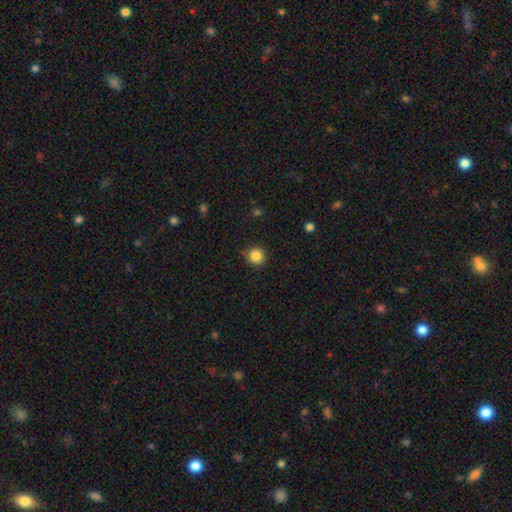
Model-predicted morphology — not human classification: A smooth galaxy with no disk features (85%) that is round (92%).

Vote fractions:
- Smooth or featured? smooth: 85% / star or artifact: 10% / featured or disk: 5%
- How rounded? round: 92% / in between: 7% / cigar-shaped: 1%
- Merging? none: 86% / minor disturbance: 10% / major disturbance: 2% / merger: 1%